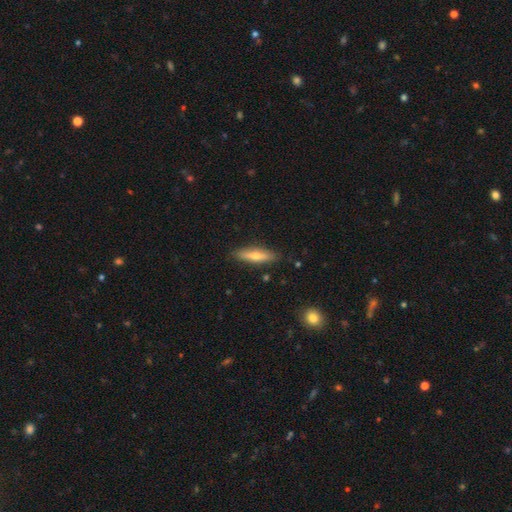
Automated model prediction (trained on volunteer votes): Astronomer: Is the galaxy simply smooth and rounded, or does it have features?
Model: smooth — 54% (runner-up: featured or disk, 39%).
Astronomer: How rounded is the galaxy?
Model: cigar-shaped — 77%.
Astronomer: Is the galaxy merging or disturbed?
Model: none — 87%.